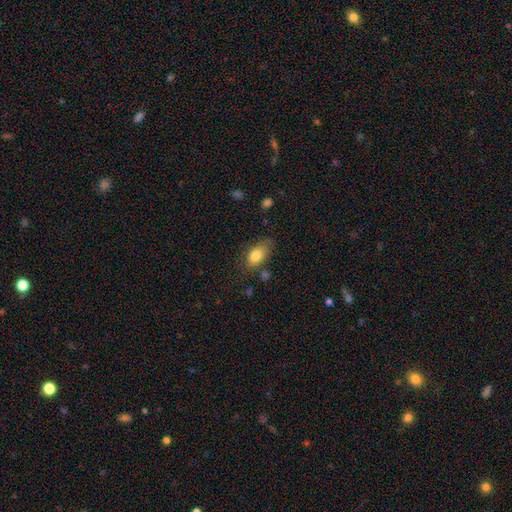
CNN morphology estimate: Smooth or featured: smooth — 81% (featured or disk — 11%)
How rounded: in between — 88% (round — 8%)
Merging: none — 66% (minor disturbance — 23%)